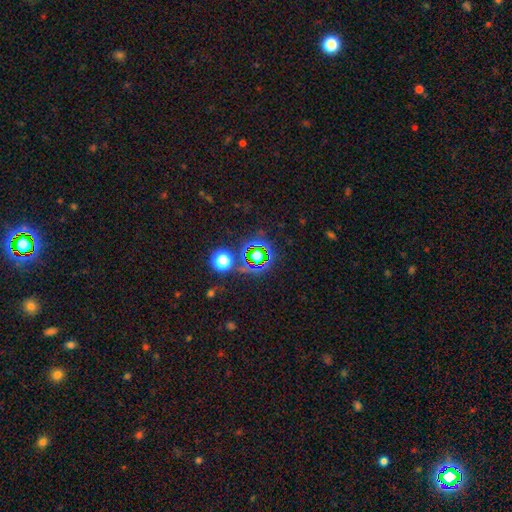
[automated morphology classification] smooth-or-featured: star or artifact: 68% | smooth: 21% | featured or disk: 11%